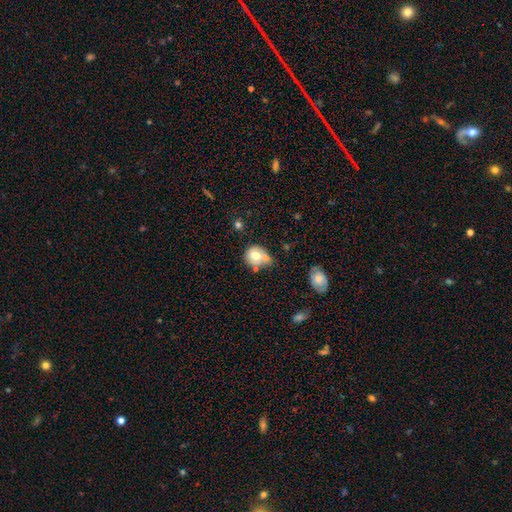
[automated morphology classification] Smooth or featured? Predicted: smooth (p=0.66). How rounded? Predicted: round (p=0.70). Merging? Predicted: none (p=0.38).